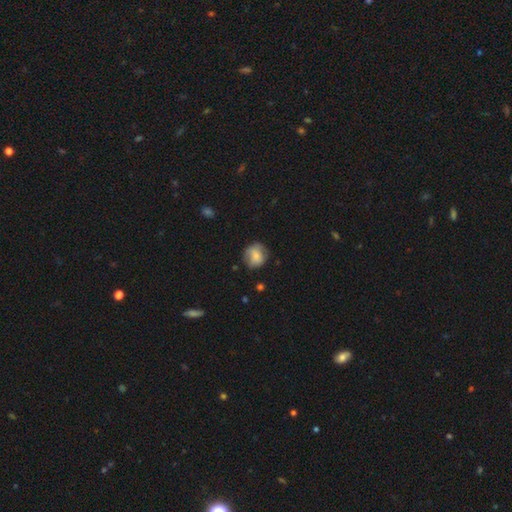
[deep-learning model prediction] Q: Smooth or featured?
A: smooth (69%); runner-up: featured or disk (23%)
Q: How rounded?
A: round (79%); runner-up: in between (20%)
Q: Merging?
A: none (66%); runner-up: minor disturbance (24%)